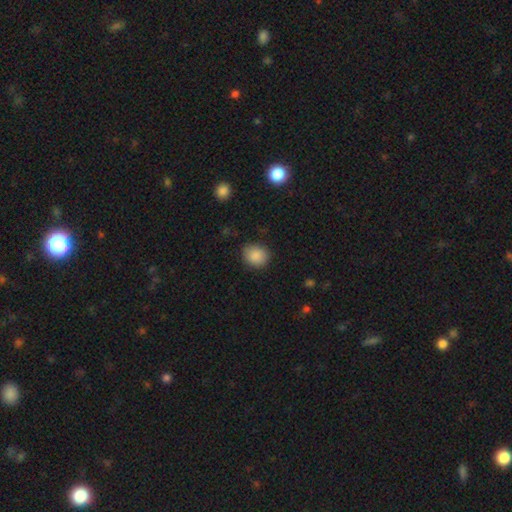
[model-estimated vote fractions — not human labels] This appears to be a smooth galaxy with no disk features (88%) that is round (69%). Merging: none (83%).